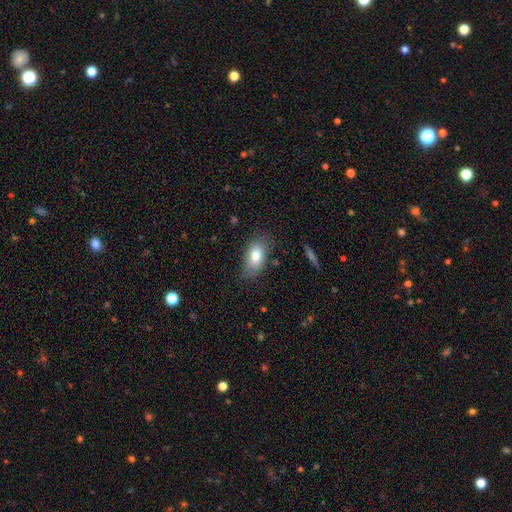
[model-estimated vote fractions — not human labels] smooth_or_featured: smooth (p=0.78) [alt: featured or disk p=0.14]
how_rounded: in between (p=0.90) [alt: round p=0.07]
merging: none (p=0.71) [alt: minor disturbance p=0.21]